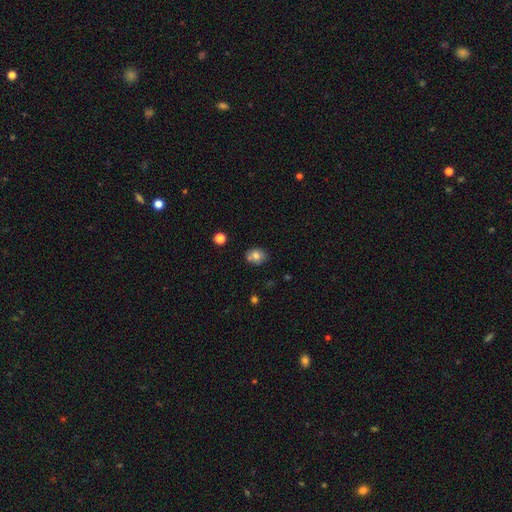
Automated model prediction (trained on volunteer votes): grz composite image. It shows a smooth galaxy with no disk features (73%) that is round (55%). Merging: none (62%).